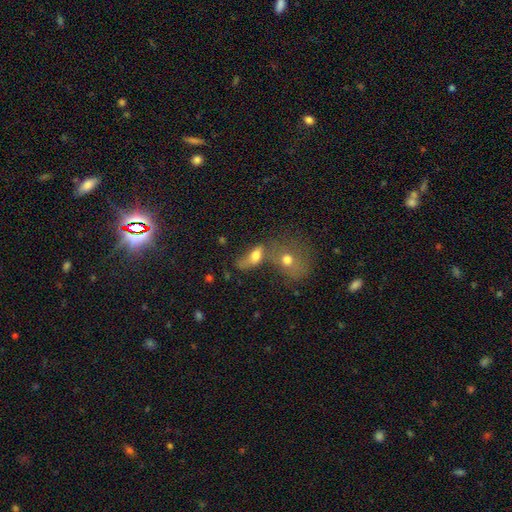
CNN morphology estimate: Smooth or featured? smooth (69%)
How rounded? in between (77%)
Merging? merger (49%)